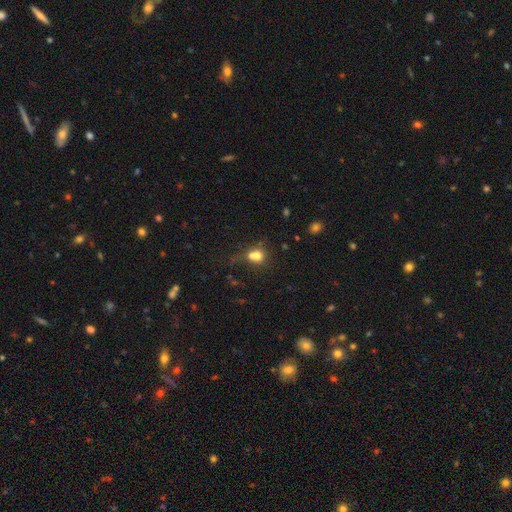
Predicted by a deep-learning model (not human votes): Morphology: type=smooth (70%); roundness=round (66%); merging=merger (54%).